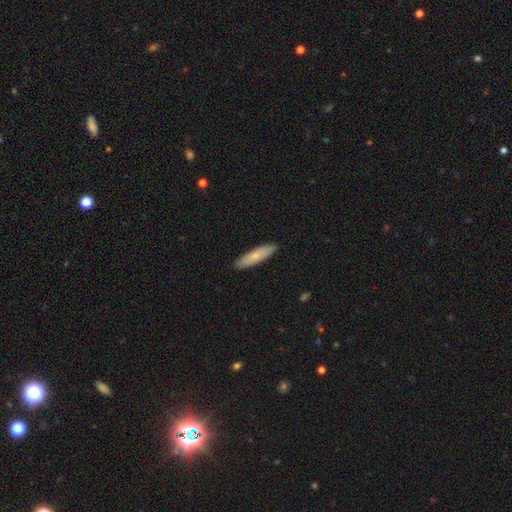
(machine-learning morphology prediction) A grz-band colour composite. It shows a smooth galaxy with no disk features (71%) that is cigar-shaped (76%). Merging: none (90%).